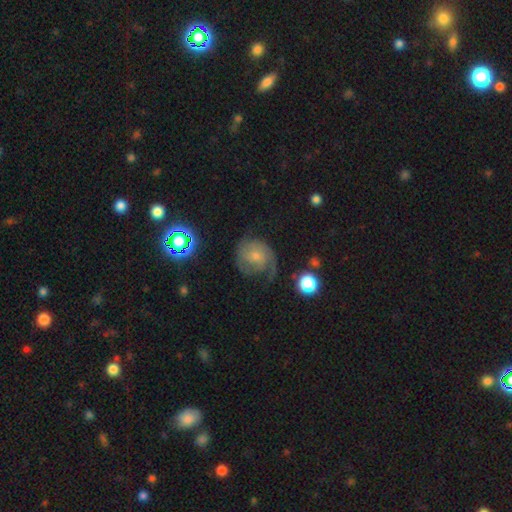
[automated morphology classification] Smooth or featured? featured or disk (70%)
Edge-on disk? no (98%)
Bar? no (74%)
Spiral arms? yes (92%)
Spiral winding? tight (48%)
Spiral arm count? 2 (34%)
Bulge size? small (65%)
Merging? none (56%)